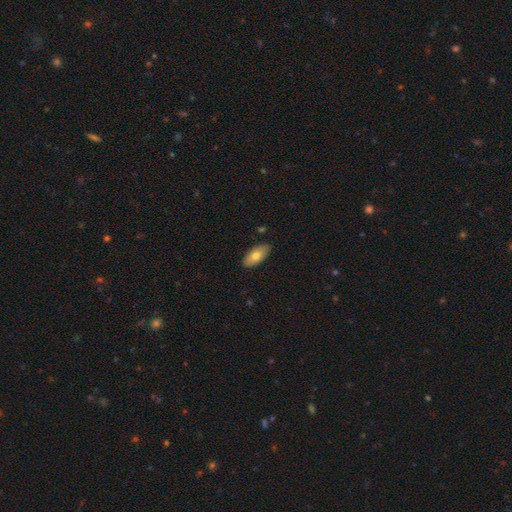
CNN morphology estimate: The model was most divided on "smooth or featured": smooth: 74%, featured or disk: 20%, star or artifact: 6%. More confident: how rounded — in between (88%); merging — none (87%).